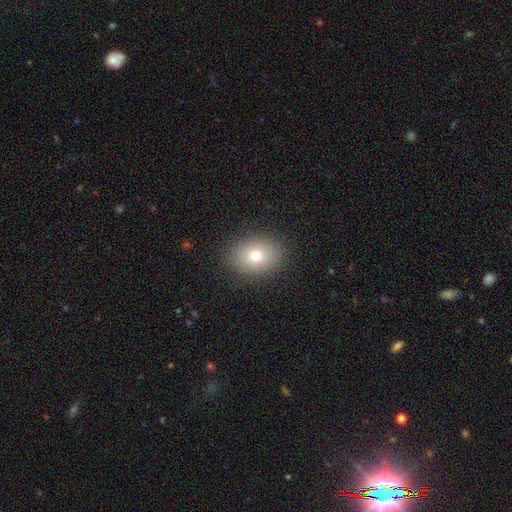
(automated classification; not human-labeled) smooth 78%, featured or disk 11%, star or artifact 11%. Down the decision tree: how rounded — in between (61%); merging — none (89%).